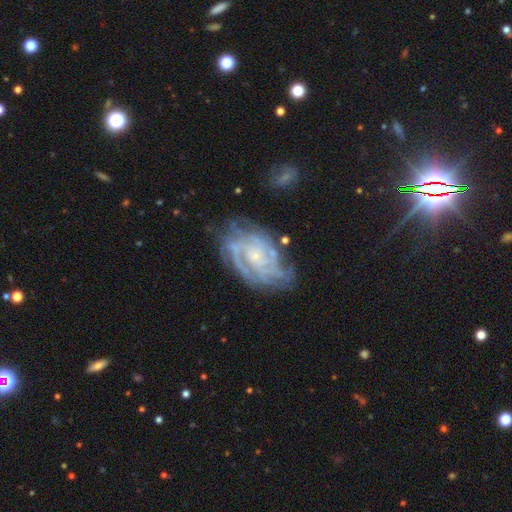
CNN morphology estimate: Smooth or featured? featured or disk (85%)
Edge-on disk? no (97%)
Bar? no (68%)
Spiral arms? yes (95%)
Spiral winding? tight (68%)
Spiral arm count? can't tell (33%)
Bulge size? small (74%)
Merging? none (65%)